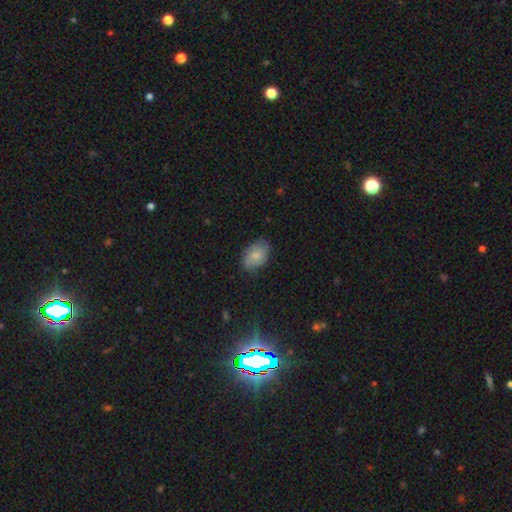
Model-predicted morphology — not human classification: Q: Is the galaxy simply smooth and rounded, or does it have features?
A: smooth — 72%.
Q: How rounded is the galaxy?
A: in between — 86%.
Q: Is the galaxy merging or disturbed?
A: none — 69%.